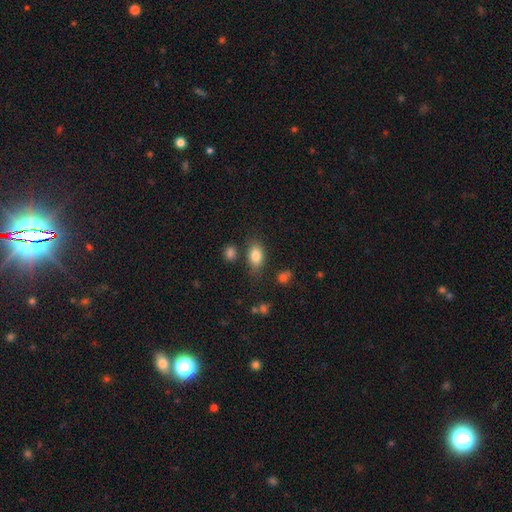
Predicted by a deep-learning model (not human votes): Q: Smooth or featured?
A: smooth (82%); runner-up: featured or disk (9%)
Q: How rounded?
A: in between (86%); runner-up: round (12%)
Q: Merging?
A: none (73%); runner-up: minor disturbance (16%)